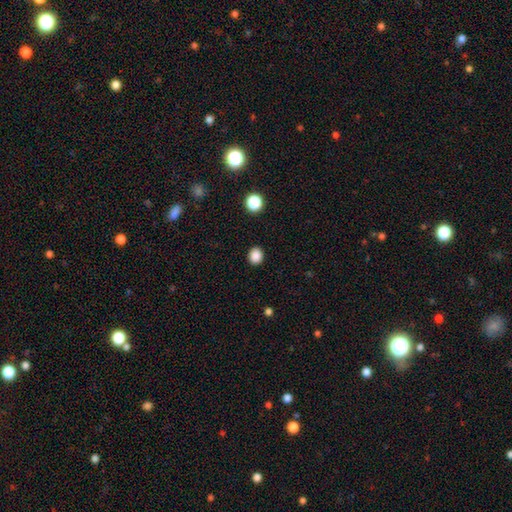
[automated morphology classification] Overall: smooth (87%). How rounded: round (73%). Merging: none (91%).